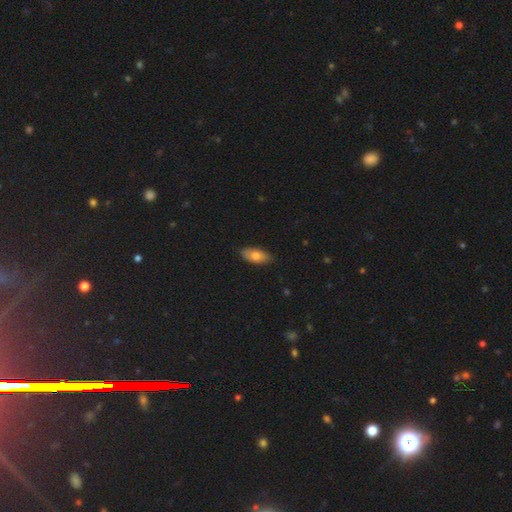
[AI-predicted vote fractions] The model was most divided on "smooth or featured": smooth: 77%, featured or disk: 17%, star or artifact: 7%. More confident: how rounded — in between (88%); merging — none (85%).